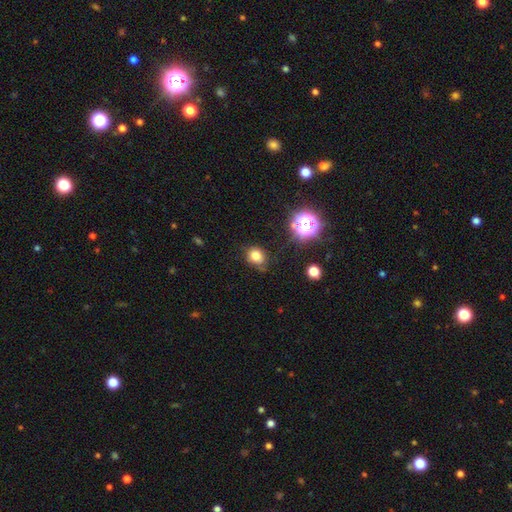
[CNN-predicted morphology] Smooth or featured: smooth — 76% (star or artifact — 16%)
How rounded: round — 64% (in between — 35%)
Merging: none — 68% (minor disturbance — 23%)